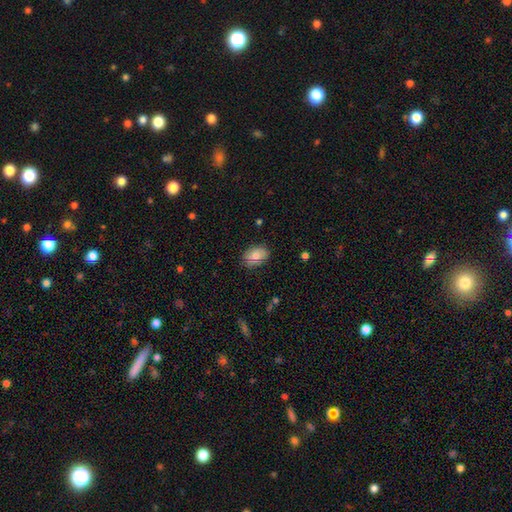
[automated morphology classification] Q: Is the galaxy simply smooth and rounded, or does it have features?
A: smooth — 79%.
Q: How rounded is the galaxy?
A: in between — 82%.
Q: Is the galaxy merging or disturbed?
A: none — 82%.